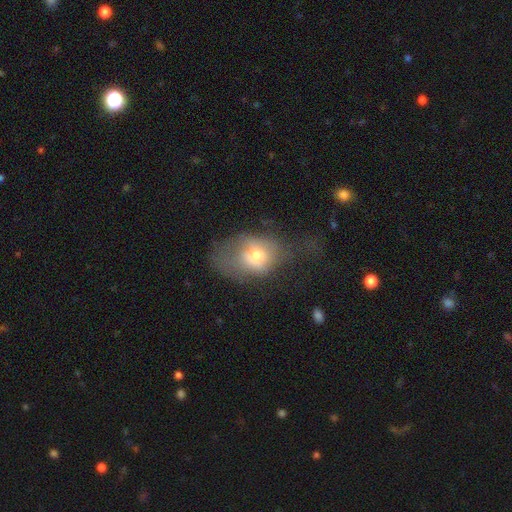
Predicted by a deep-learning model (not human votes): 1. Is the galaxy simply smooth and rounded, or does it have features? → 64% smooth, 25% featured or disk, 11% star or artifact.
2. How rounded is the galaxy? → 66% in between, 33% round, 1% cigar-shaped.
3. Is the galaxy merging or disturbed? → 46% major disturbance, 26% minor disturbance, 25% none, 3% merger.